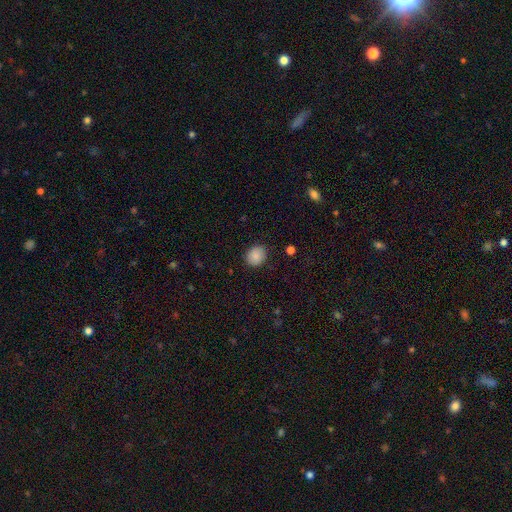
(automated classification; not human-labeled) smooth 88%, star or artifact 8%, featured or disk 4%. Down the decision tree: how rounded — round (73%); merging — none (84%).